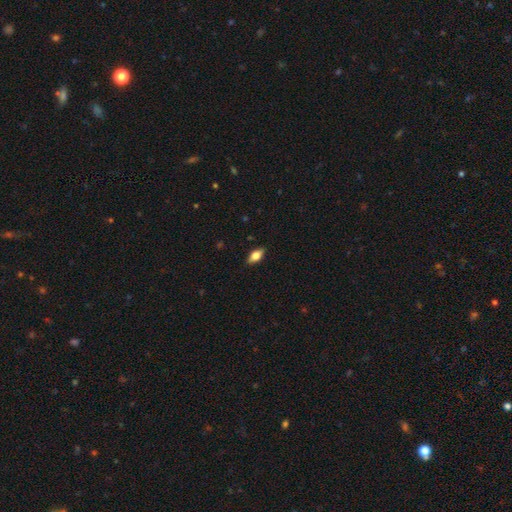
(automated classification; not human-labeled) A smooth galaxy with no disk features (66%) that is in between round and cigar-shaped (85%).

Vote fractions:
- Smooth or featured? smooth: 66% / featured or disk: 26% / star or artifact: 8%
- How rounded? in between: 85% / cigar-shaped: 10% / round: 4%
- Merging? none: 87% / minor disturbance: 10% / major disturbance: 2% / merger: 1%